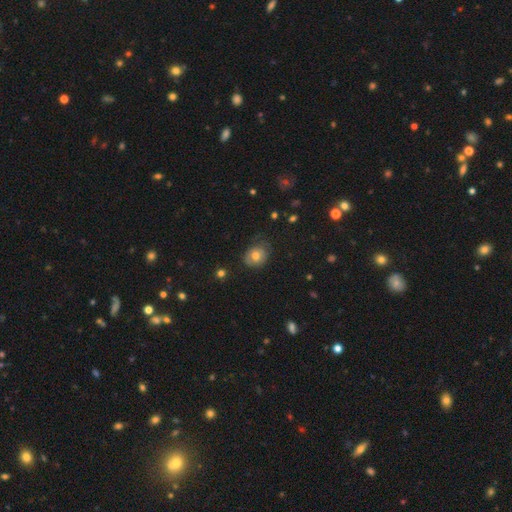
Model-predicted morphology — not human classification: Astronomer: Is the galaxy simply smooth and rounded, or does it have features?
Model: smooth — 67%.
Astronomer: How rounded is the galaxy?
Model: round — 61% (runner-up: in between, 38%).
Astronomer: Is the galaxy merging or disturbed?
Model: none — 66%.